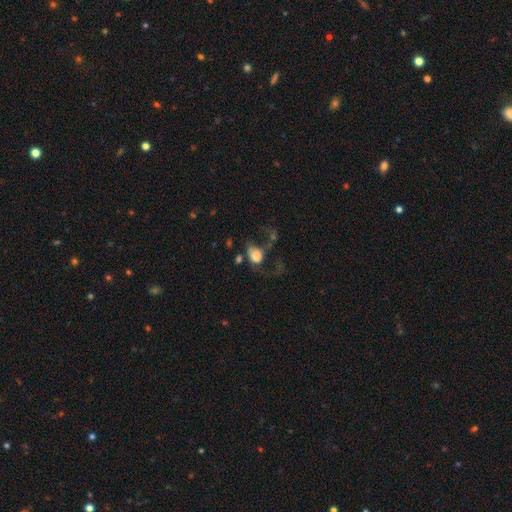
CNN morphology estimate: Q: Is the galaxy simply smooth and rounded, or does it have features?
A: smooth — 64%.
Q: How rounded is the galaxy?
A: in between — 54%.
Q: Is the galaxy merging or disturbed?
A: major disturbance — 52%.